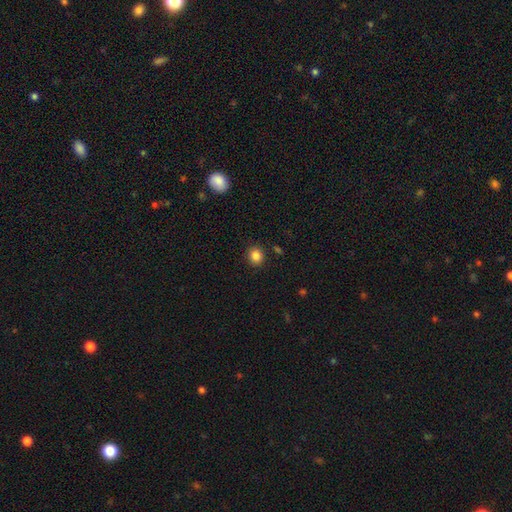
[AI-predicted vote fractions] Smooth or featured: smooth — 86% (star or artifact — 10%)
How rounded: round — 79% (in between — 20%)
Merging: none — 90% (minor disturbance — 7%)